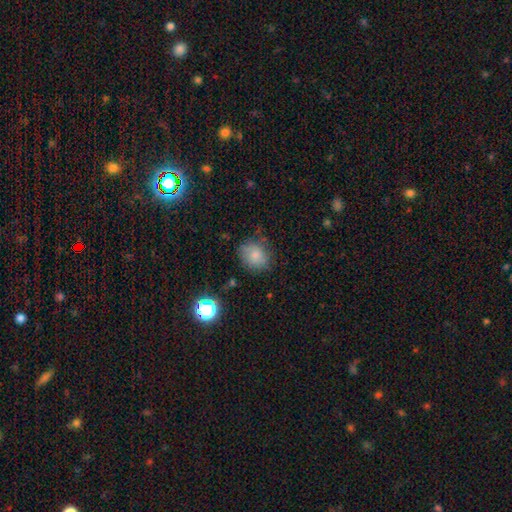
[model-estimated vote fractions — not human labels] This is likely a smooth galaxy (78%). How rounded: likely round (66%). Merging: likely none (71%).